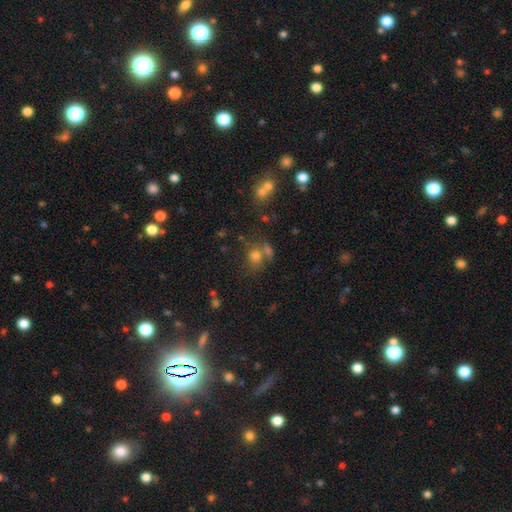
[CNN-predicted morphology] Q: Smooth or featured?
A: smooth (70%); runner-up: star or artifact (19%)
Q: How rounded?
A: round (68%); runner-up: in between (31%)
Q: Merging?
A: none (53%); runner-up: merger (27%)